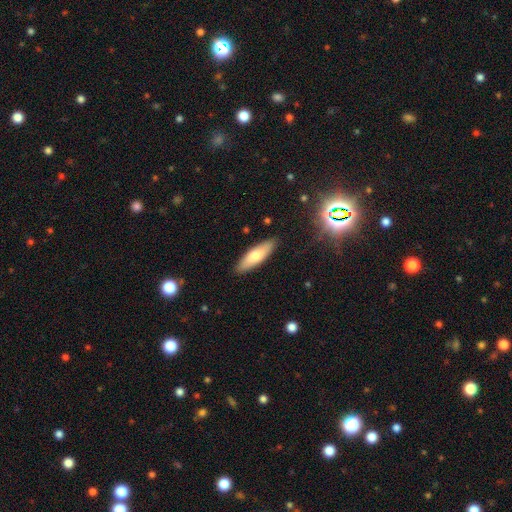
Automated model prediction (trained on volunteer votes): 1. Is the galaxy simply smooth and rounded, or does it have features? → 71% smooth, 23% featured or disk, 6% star or artifact.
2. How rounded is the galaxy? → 50% cigar-shaped, 48% in between, 2% round.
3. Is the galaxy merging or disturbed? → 88% none, 9% minor disturbance, 2% major disturbance, 1% merger.